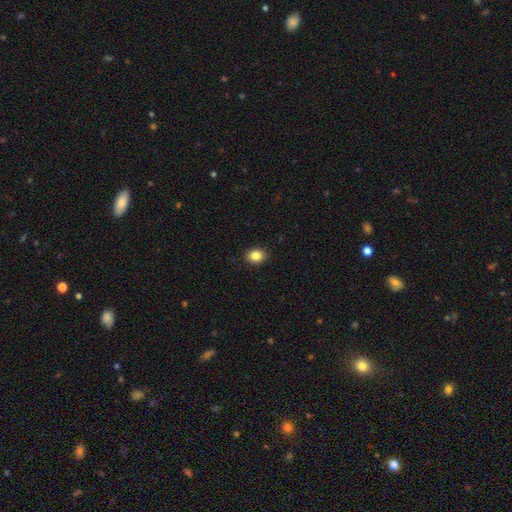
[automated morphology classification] The model was most divided on "how rounded": in between: 51%, round: 48%, cigar-shaped: 1%. More confident: merging — none (90%); smooth or featured — smooth (85%).